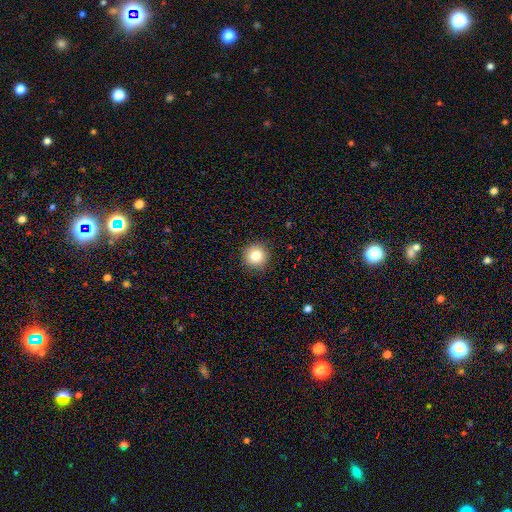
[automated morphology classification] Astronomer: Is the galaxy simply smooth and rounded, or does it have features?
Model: smooth — 81%.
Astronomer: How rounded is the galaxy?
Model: round — 95%.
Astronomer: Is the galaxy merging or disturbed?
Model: none — 92%.